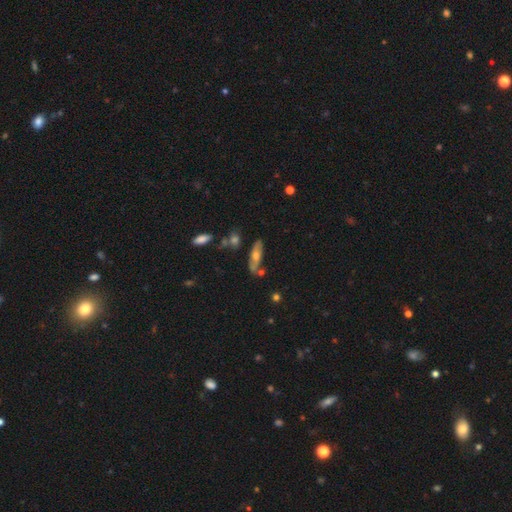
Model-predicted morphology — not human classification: Overall: featured or disk (50%; smooth 40%). Merging: none (56%; minor disturbance 20%).